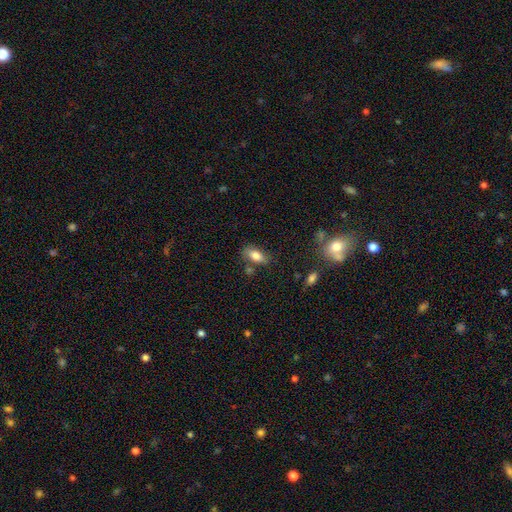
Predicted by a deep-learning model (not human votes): smooth 80%, featured or disk 12%, star or artifact 8%. Down the decision tree: how rounded — in between (87%); merging — none (72%).